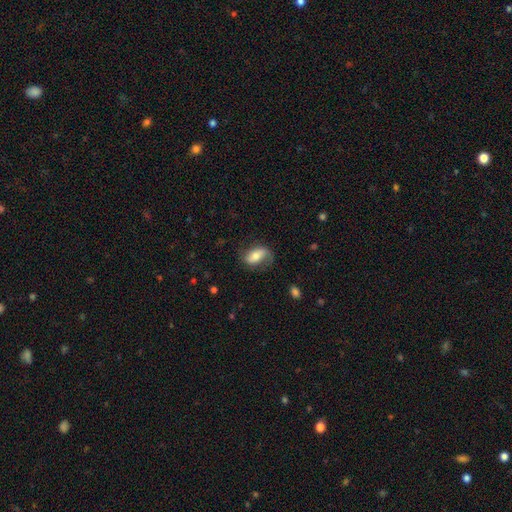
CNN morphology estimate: The model was most divided on "smooth or featured": smooth: 51%, featured or disk: 42%, star or artifact: 7%. More confident: how rounded — in between (88%); merging — none (57%).